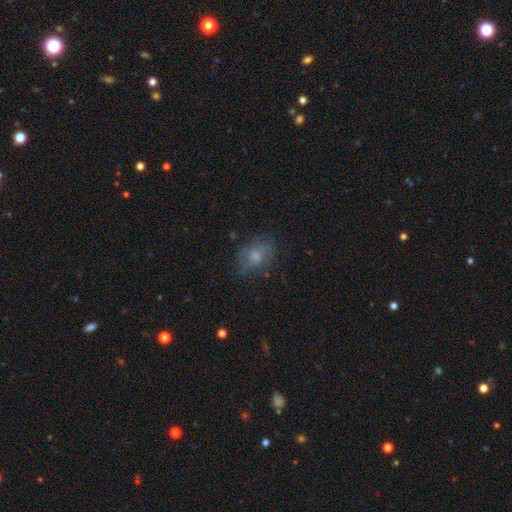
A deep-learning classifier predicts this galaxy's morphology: Smooth or featured? smooth (60%)
How rounded? in between (70%)
Merging? none (66%)